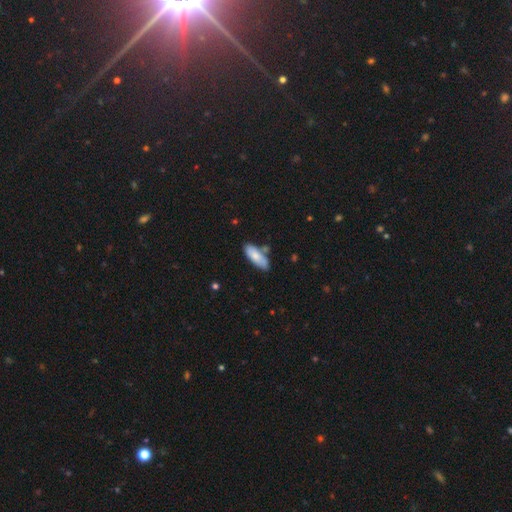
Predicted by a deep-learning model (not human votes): smooth_or_featured: smooth (p=0.77) [alt: featured or disk p=0.17]
how_rounded: in between (p=0.72) [alt: cigar-shaped p=0.26]
merging: none (p=0.70) [alt: minor disturbance p=0.17]